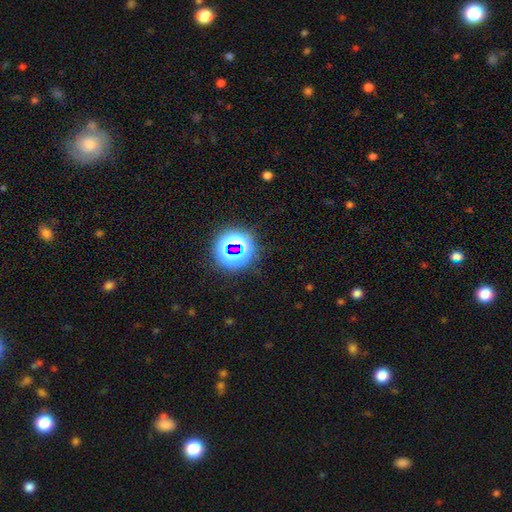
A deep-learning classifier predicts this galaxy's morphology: Smooth or featured: star or artifact — 79% (smooth — 14%)